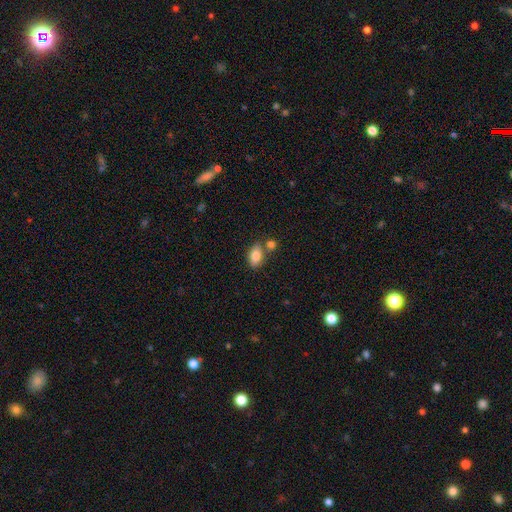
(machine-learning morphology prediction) smooth-or-featured: smooth: 83% | featured or disk: 10% | star or artifact: 8%
  how-rounded: in between: 87% | round: 10% | cigar-shaped: 3%
  merging: none: 64% | merger: 19% | minor disturbance: 13% | major disturbance: 3%